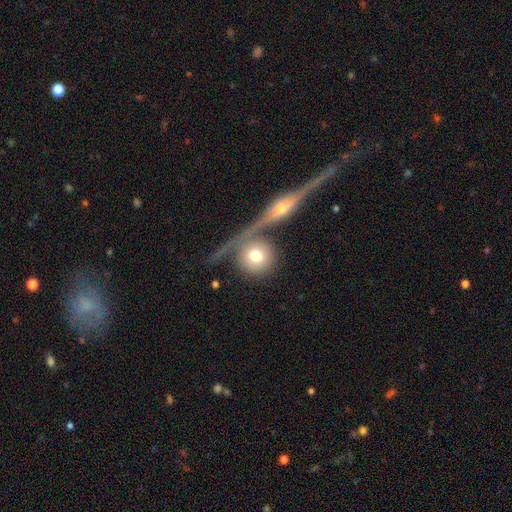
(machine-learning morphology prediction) The model was most divided on "merging": none: 49%, merger: 30%, minor disturbance: 11%, major disturbance: 9%. More confident: how rounded — round (89%); smooth or featured — smooth (66%).